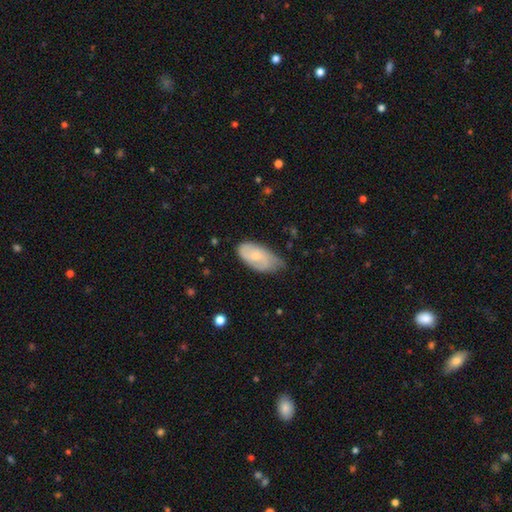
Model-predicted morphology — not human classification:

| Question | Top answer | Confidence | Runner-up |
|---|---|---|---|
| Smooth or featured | smooth | 59% | featured or disk (35%) |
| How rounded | in between | 92% | cigar-shaped (5%) |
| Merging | none | 46% | minor disturbance (42%) |